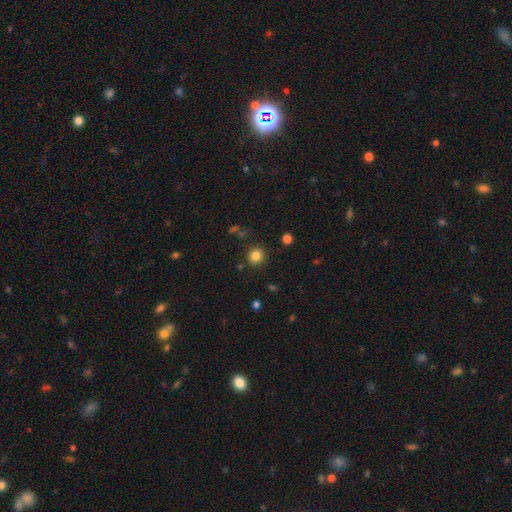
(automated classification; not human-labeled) Smooth or featured? Predicted: smooth (p=0.82). How rounded? Predicted: round (p=0.91). Merging? Predicted: none (p=0.88).